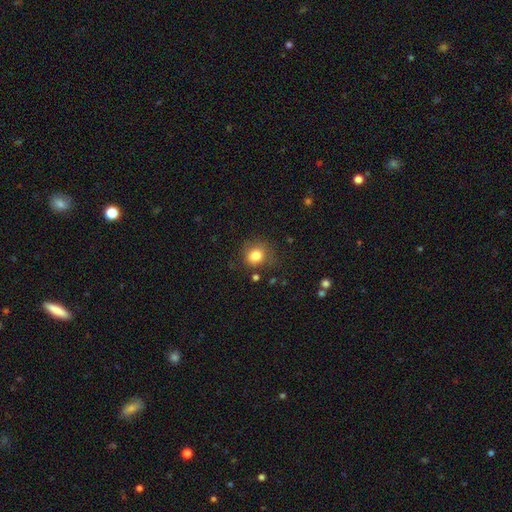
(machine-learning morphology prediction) A smooth galaxy with no disk features (82%) that is round (77%). Merging: none (73%).